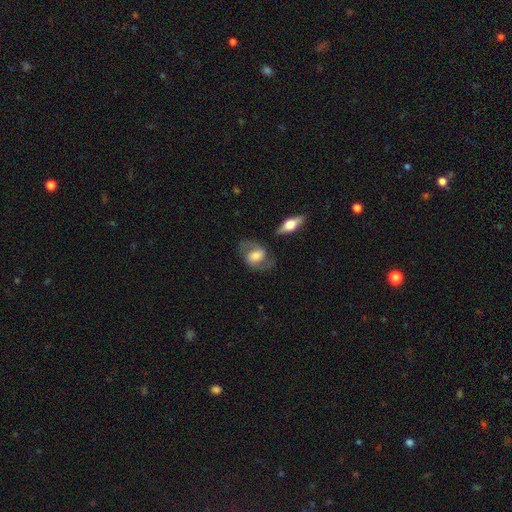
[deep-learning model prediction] Smooth or featured?
  - featured or disk: 69% *
  - smooth: 24%
  - star or artifact: 7%
Edge-on disk?
  - no: 94% *
  - yes: 6%
Bar?
  - no: 42% *
  - weak: 41%
  - strong: 18%
Spiral arms?
  - yes: 89% *
  - no: 11%
Spiral winding?
  - medium: 52% *
  - loose: 30%
  - tight: 18%
Spiral arm count?
  - 2: 89% *
  - can't tell: 5%
  - 1: 3%
  - 3: 1%
  - 4: 1%
  - more than 4: 1%
Bulge size?
  - moderate: 48% *
  - large: 23%
  - small: 21%
  - dominant: 4%
  - none: 4%
Merging?
  - none: 67% *
  - minor disturbance: 18%
  - major disturbance: 11%
  - merger: 5%